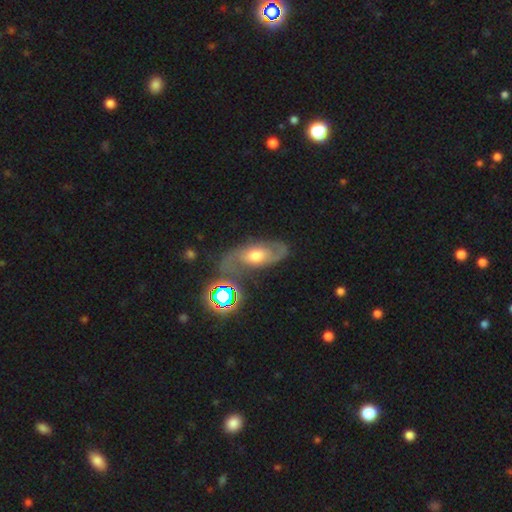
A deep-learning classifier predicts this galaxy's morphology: smooth_or_featured: featured or disk (p=0.65) [alt: smooth p=0.22]
disk_edge_on: no (p=0.90) [alt: yes p=0.10]
bar: no (p=0.65) [alt: weak p=0.28]
has_spiral_arms: yes (p=0.83) [alt: no p=0.17]
bulge_size: moderate (p=0.67) [alt: large p=0.18]
merging: none (p=0.66) [alt: minor disturbance p=0.19]